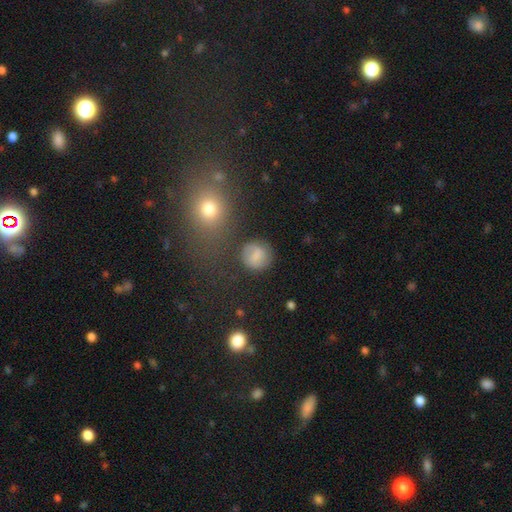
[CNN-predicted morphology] smooth 70%, featured or disk 20%, star or artifact 10%. Down the decision tree: how rounded — round (84%); merging — none (76%).